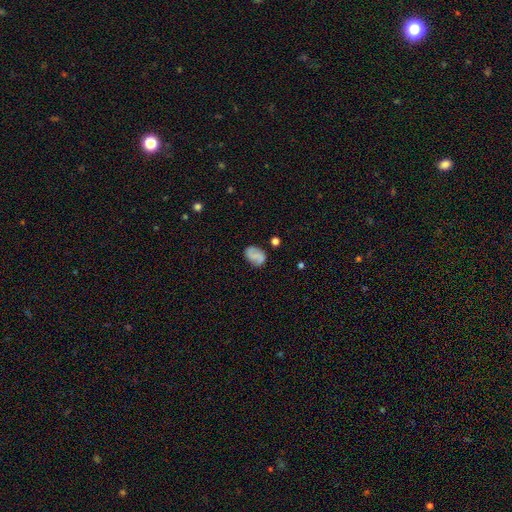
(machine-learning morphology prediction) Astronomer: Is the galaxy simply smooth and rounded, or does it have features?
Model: featured or disk — 56% (runner-up: smooth, 35%).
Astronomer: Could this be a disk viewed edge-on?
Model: no — 98%.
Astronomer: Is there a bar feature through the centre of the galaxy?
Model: no — 44% (runner-up: weak, 38%).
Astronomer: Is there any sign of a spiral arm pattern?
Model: yes — 87%.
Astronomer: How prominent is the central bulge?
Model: none — 60%.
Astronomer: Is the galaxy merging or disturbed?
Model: none — 73%.